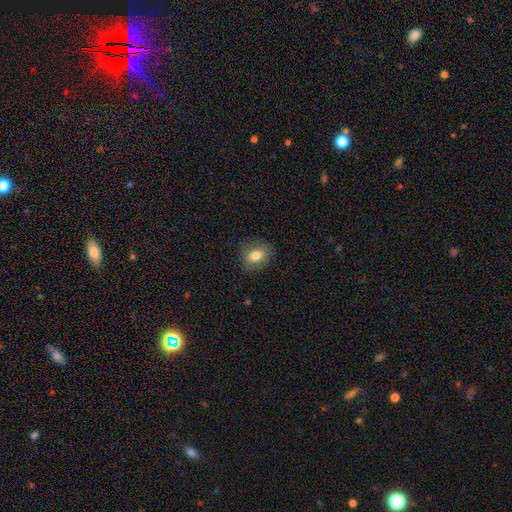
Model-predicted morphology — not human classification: This is likely a smooth galaxy (76%). How rounded: possibly round (50%). Merging: clearly none (82%).